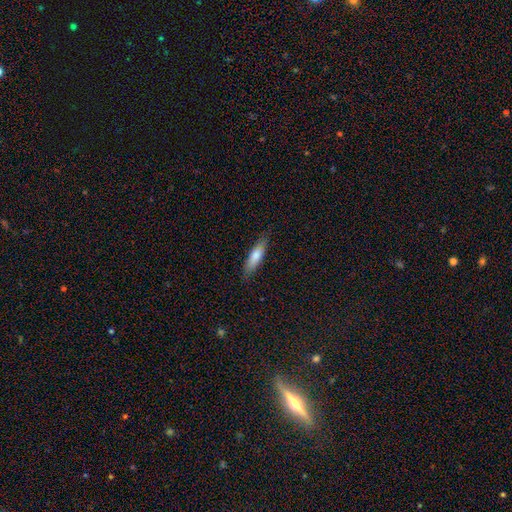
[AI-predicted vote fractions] smooth 75%, featured or disk 20%, star or artifact 6%. Down the decision tree: how rounded — cigar-shaped (64%); merging — none (80%).